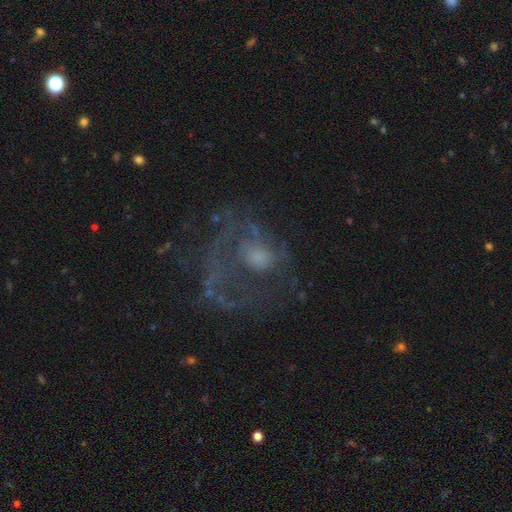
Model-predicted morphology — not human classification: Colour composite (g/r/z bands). It shows a featured or disk galaxy (67%) with no bar (82%), spiral arms (54%) and a moderate central bulge (46%). Merging: none (42%).